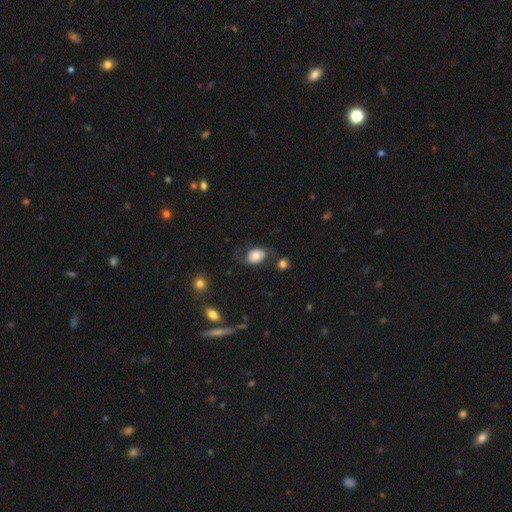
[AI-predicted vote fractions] Smooth or featured: smooth — 75% (featured or disk — 17%)
How rounded: in between — 81% (round — 18%)
Merging: none — 61% (minor disturbance — 21%)